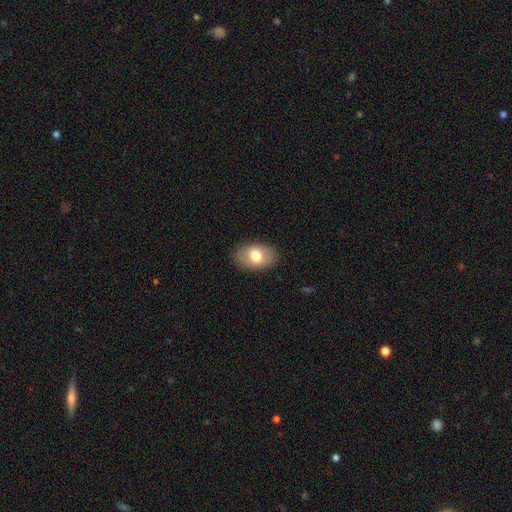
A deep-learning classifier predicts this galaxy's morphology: Smooth or featured? smooth (71%)
How rounded? in between (86%)
Merging? none (86%)